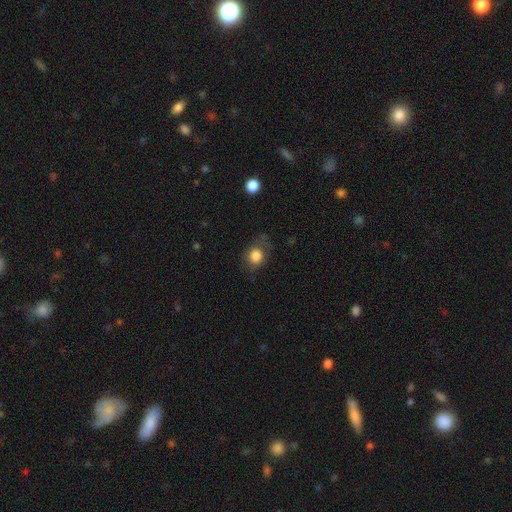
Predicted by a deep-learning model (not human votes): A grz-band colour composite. It shows a smooth galaxy with no disk features (80%) that is round (62%). Merging: none (64%).